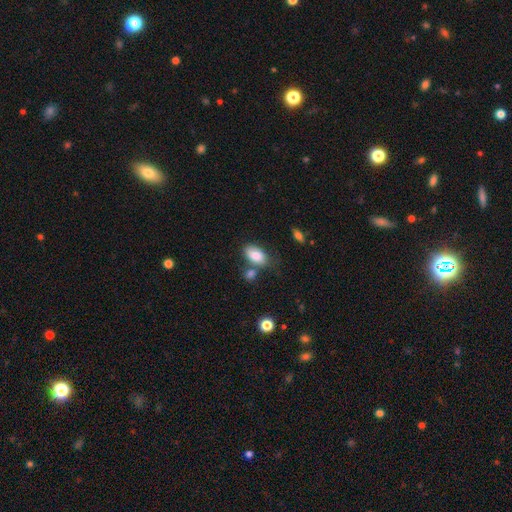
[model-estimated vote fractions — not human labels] Morphology: type=smooth (83%); roundness=in between (93%); merging=none (55%).